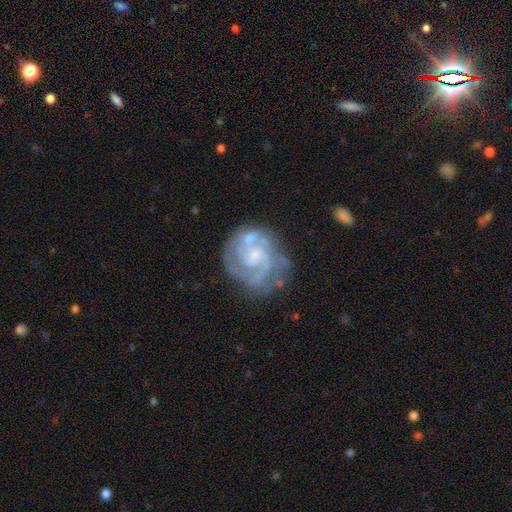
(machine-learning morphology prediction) type=featured or disk (84%); edge-on=no (98%); bar=no (54%); spiral arms=yes (93%); winding=tight (54%); arm count=2 (39%); bulge=small (45%); merging=none (57%).